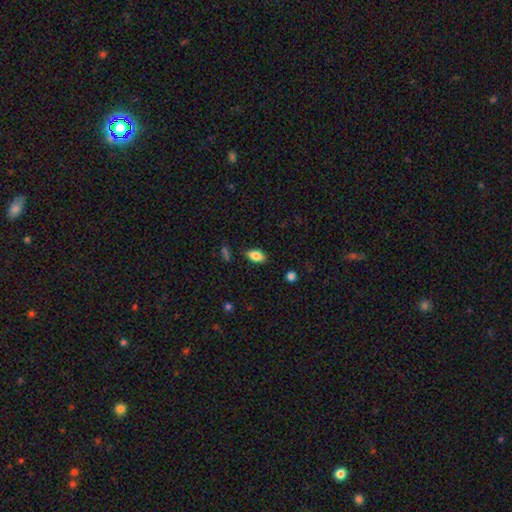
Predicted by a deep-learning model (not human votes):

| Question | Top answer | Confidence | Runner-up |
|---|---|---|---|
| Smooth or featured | smooth | 81% | featured or disk (11%) |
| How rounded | in between | 89% | cigar-shaped (6%) |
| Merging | none | 84% | minor disturbance (12%) |